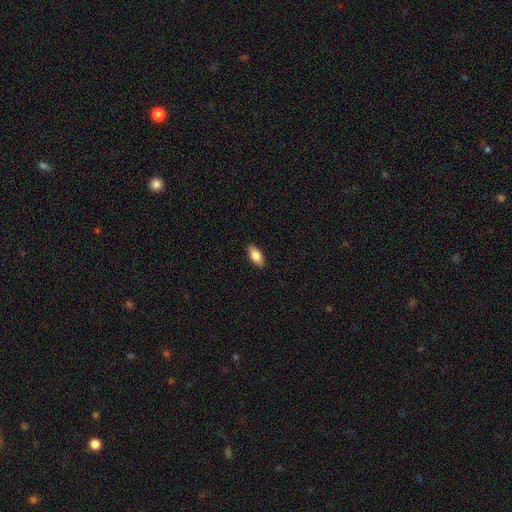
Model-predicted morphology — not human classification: The model was most divided on "smooth or featured": smooth: 79%, featured or disk: 14%, star or artifact: 6%. More confident: merging — none (89%); how rounded — in between (86%).